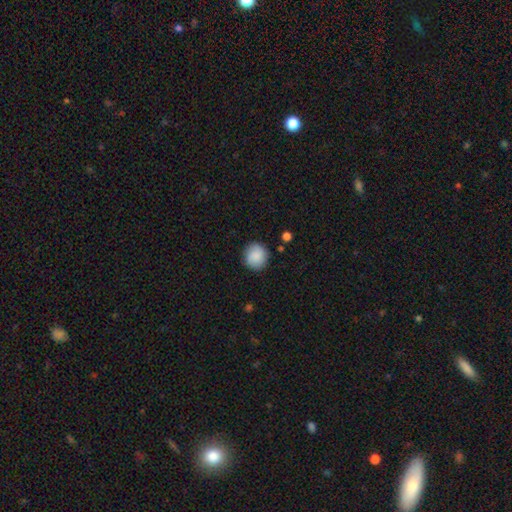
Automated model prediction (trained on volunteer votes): smooth 87%, star or artifact 7%, featured or disk 6%. Down the decision tree: how rounded — round (90%); merging — none (86%).